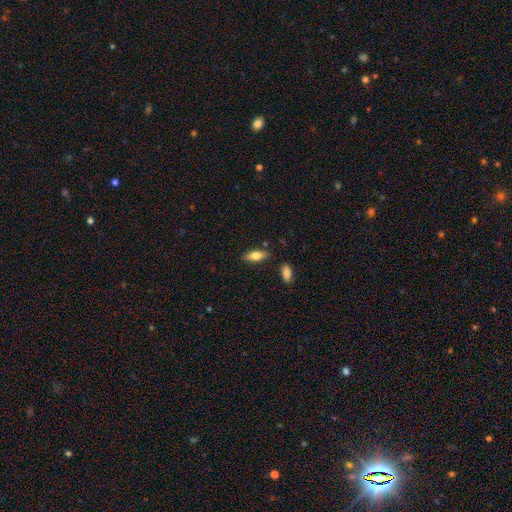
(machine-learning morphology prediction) Smooth or featured? smooth (74%)
How rounded? in between (77%)
Merging? none (82%)